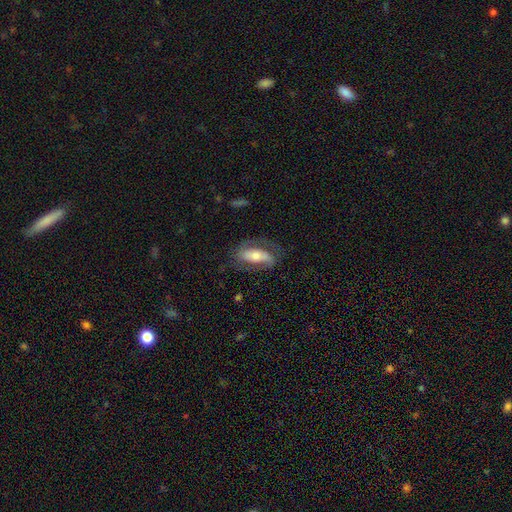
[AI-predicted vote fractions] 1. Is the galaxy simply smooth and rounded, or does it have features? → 64% featured or disk, 29% smooth, 7% star or artifact.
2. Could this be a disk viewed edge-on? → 87% no, 13% yes.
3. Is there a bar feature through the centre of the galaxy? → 43% strong, 31% no, 26% weak.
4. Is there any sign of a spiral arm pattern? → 82% yes, 18% no.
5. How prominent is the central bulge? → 54% moderate, 28% small, 13% large, 2% none, 2% dominant.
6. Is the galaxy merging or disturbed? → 66% none, 18% minor disturbance, 14% major disturbance, 2% merger.